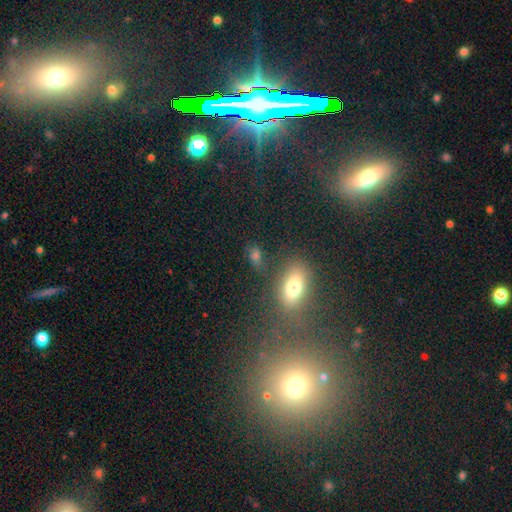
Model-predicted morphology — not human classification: smooth_or_featured: smooth (p=0.50) [alt: star or artifact p=0.37]
how_rounded: in between (p=0.75) [alt: round p=0.16]
merging: none (p=0.79) [alt: minor disturbance p=0.10]